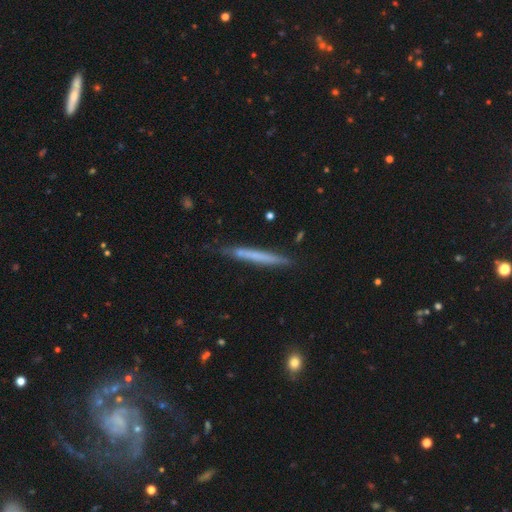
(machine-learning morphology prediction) This appears to be a smooth galaxy with no disk features (53%) that is cigar-shaped (97%). Merging: none (82%).